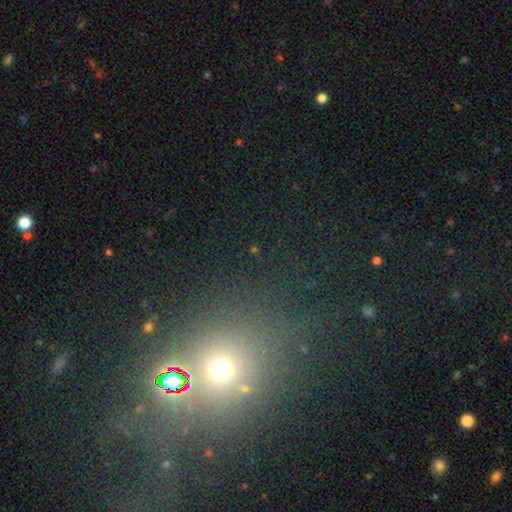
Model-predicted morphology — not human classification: This is possibly a star or artifact rather than a galaxy (60%).